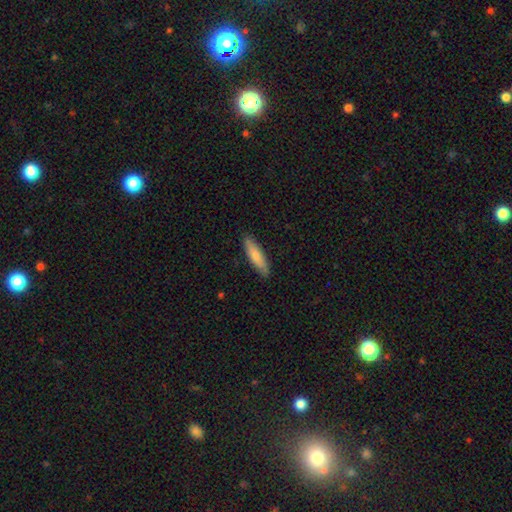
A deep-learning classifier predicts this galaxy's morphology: type=smooth (79%); roundness=cigar-shaped (72%); merging=none (87%).